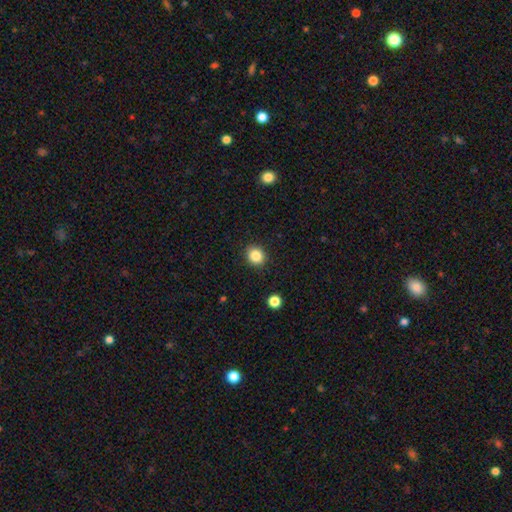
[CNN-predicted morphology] The model was most divided on "how rounded": round: 75%, in between: 24%, cigar-shaped: 1%. More confident: merging — none (90%); smooth or featured — smooth (85%).